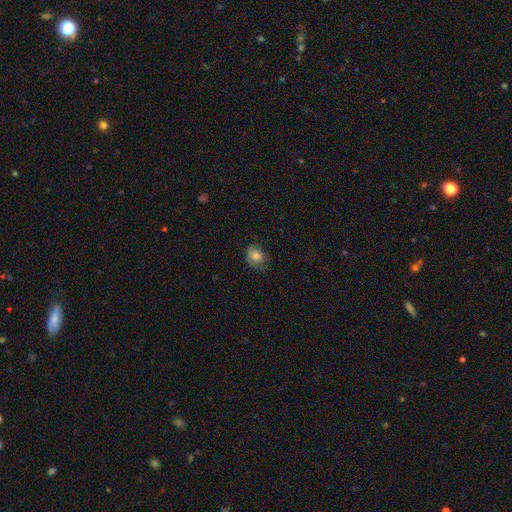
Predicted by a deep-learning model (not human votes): Morphology: type=smooth (78%); roundness=round (51%); merging=none (61%).